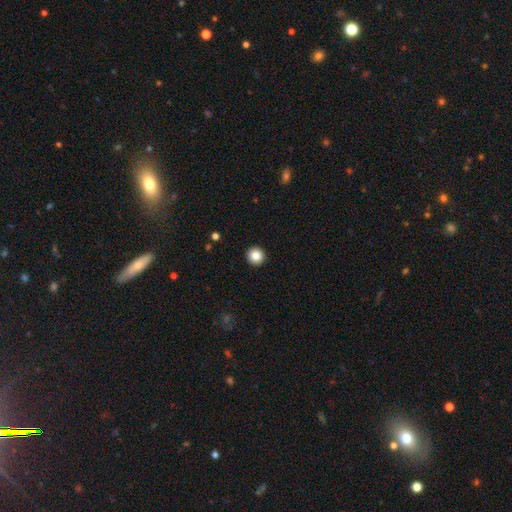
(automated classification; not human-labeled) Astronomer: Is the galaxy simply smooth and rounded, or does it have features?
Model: smooth — 86%.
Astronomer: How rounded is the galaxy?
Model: round — 96%.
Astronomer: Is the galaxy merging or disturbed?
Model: none — 94%.